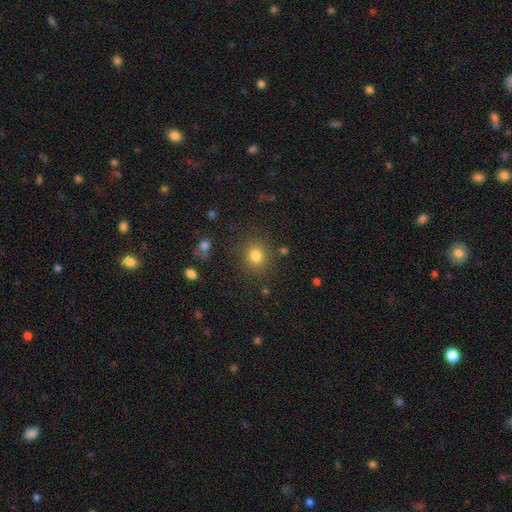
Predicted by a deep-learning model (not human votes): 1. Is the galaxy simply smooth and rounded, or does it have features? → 80% smooth, 14% star or artifact, 6% featured or disk.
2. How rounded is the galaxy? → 81% round, 18% in between, 1% cigar-shaped.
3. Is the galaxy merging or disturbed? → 85% none, 9% minor disturbance, 4% major disturbance, 3% merger.